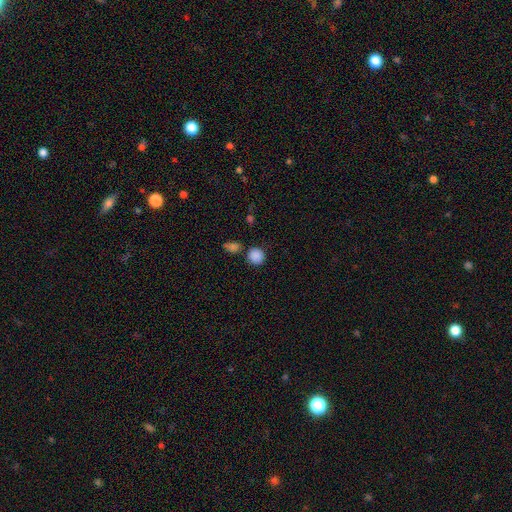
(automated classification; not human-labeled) This is clearly a smooth galaxy (87%). How rounded: clearly round (90%). Merging: likely none (75%).